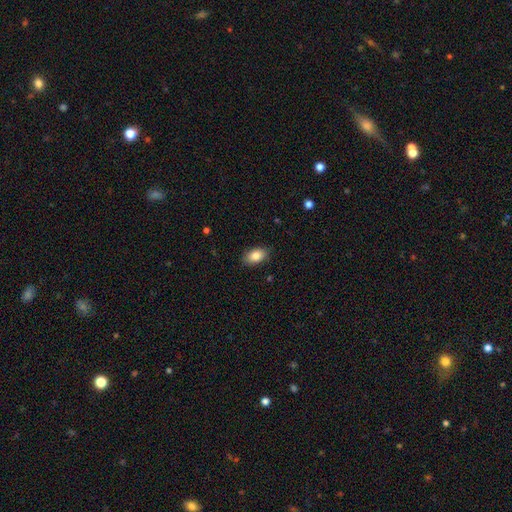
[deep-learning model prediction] Overall: smooth (86%). How rounded: in between (90%). Merging: none (86%).